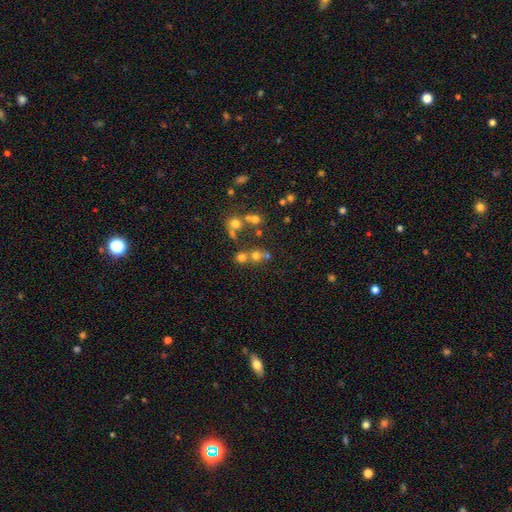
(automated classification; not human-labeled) smooth-or-featured: smooth: 64% | star or artifact: 22% | featured or disk: 15%
  how-rounded: round: 85% | in between: 13% | cigar-shaped: 1%
  merging: none: 50% | merger: 38% | minor disturbance: 8% | major disturbance: 4%